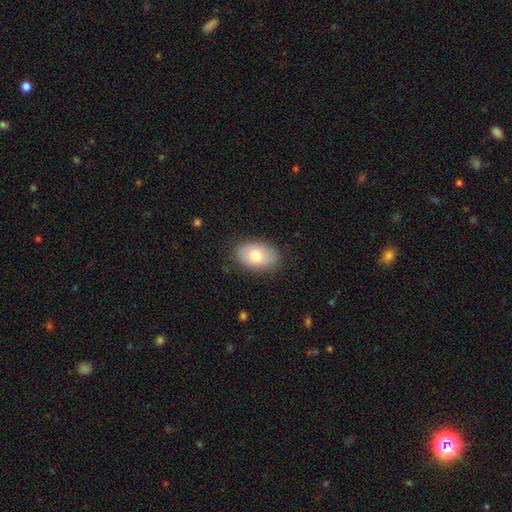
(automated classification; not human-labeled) Smooth or featured: smooth — 76% (featured or disk — 17%)
How rounded: in between — 89% (round — 9%)
Merging: none — 85% (minor disturbance — 11%)